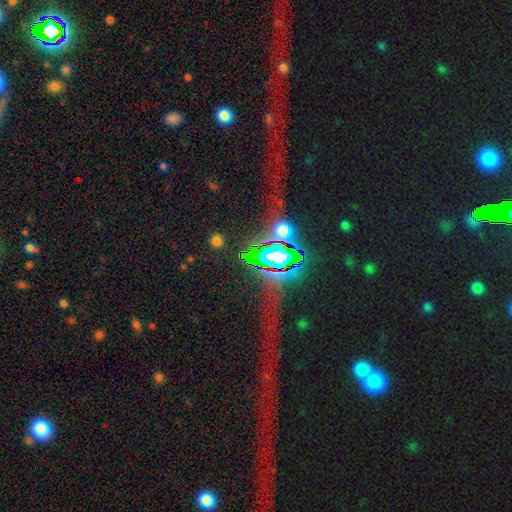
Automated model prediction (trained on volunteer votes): A star or artifact, not a galaxy (72%).